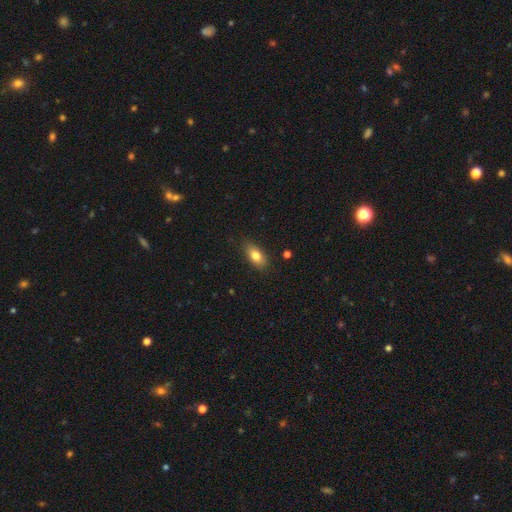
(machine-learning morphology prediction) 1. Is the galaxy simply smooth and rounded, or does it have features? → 79% smooth, 12% featured or disk, 8% star or artifact.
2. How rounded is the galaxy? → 85% in between, 8% cigar-shaped, 7% round.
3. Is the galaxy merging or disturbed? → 82% none, 14% minor disturbance, 3% major disturbance, 1% merger.